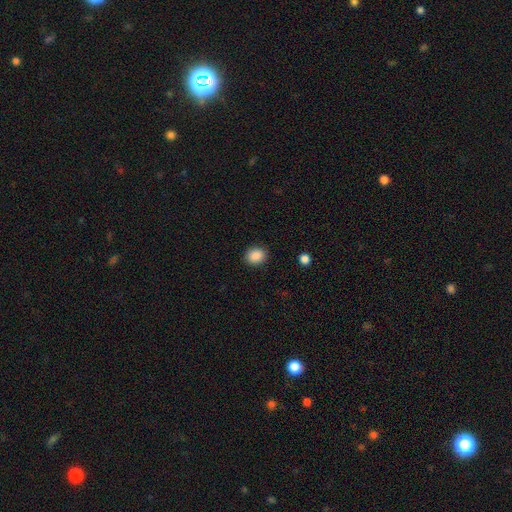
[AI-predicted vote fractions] Smooth or featured: smooth — 88% (star or artifact — 9%)
How rounded: round — 70% (in between — 29%)
Merging: none — 89% (minor disturbance — 7%)